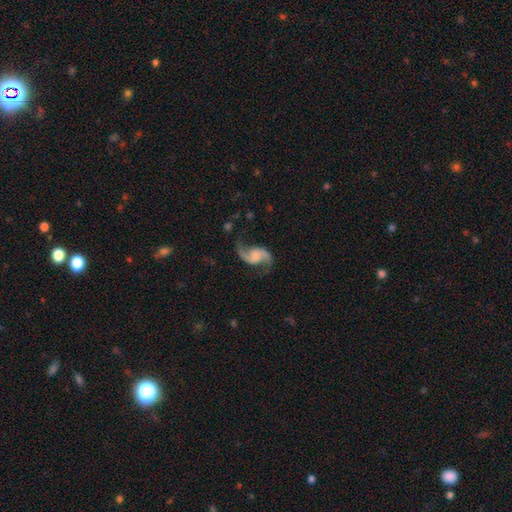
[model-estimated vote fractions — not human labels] Smooth or featured? featured or disk (90%)
Edge-on disk? no (98%)
Bar? no (51%)
Spiral arms? yes (97%)
Spiral winding? loose (70%)
Spiral arm count? 2 (94%)
Bulge size? none (36%)
Merging? none (76%)